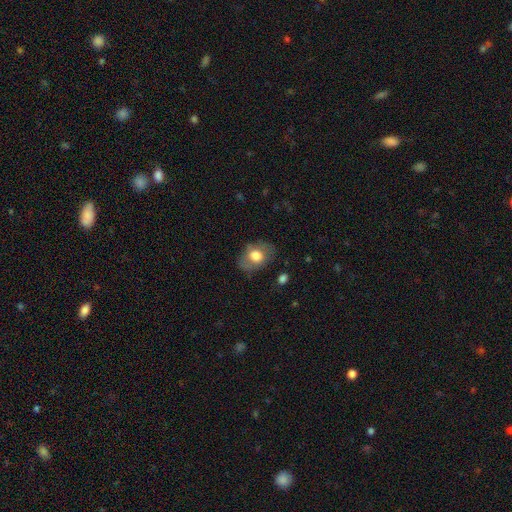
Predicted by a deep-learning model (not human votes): Smooth or featured? Predicted: smooth (p=0.66). How rounded? Predicted: in between (p=0.70). Merging? Predicted: none (p=0.69).